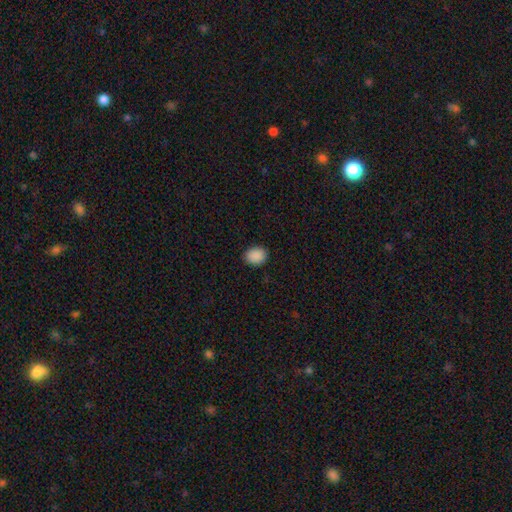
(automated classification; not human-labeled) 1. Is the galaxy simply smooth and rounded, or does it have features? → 90% smooth, 8% star or artifact, 2% featured or disk.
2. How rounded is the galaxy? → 55% in between, 44% round, 1% cigar-shaped.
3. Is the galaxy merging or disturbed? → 89% none, 8% minor disturbance, 2% major disturbance, 1% merger.